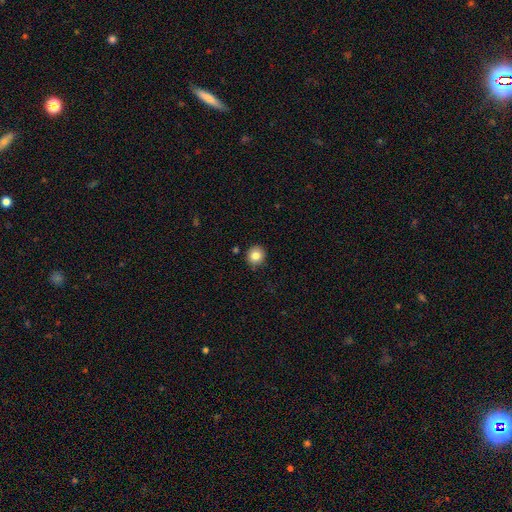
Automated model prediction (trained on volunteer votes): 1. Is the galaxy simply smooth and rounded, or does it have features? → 83% smooth, 10% star or artifact, 7% featured or disk.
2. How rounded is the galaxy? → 89% round, 10% in between, 1% cigar-shaped.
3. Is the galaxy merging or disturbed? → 89% none, 8% minor disturbance, 2% merger, 2% major disturbance.